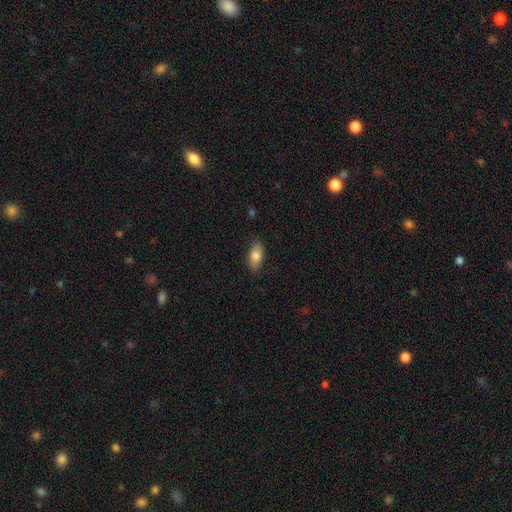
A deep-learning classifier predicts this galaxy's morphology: Overall: smooth (80%). How rounded: in between (87%). Merging: none (84%).